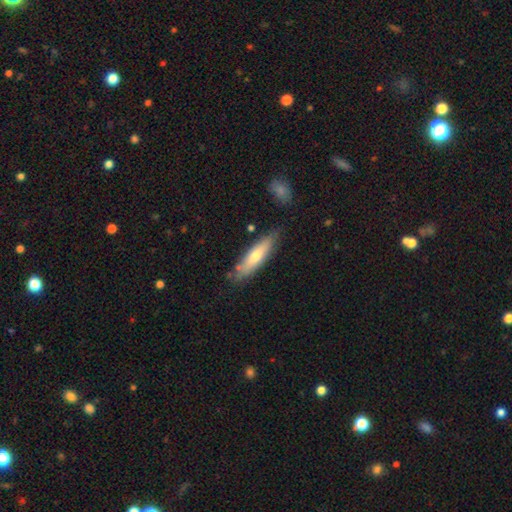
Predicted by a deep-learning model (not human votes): Smooth or featured?
  - smooth: 57% *
  - featured or disk: 36%
  - star or artifact: 6%
How rounded?
  - cigar-shaped: 74% *
  - in between: 25%
  - round: 2%
Merging?
  - none: 80% *
  - minor disturbance: 15%
  - merger: 3%
  - major disturbance: 3%